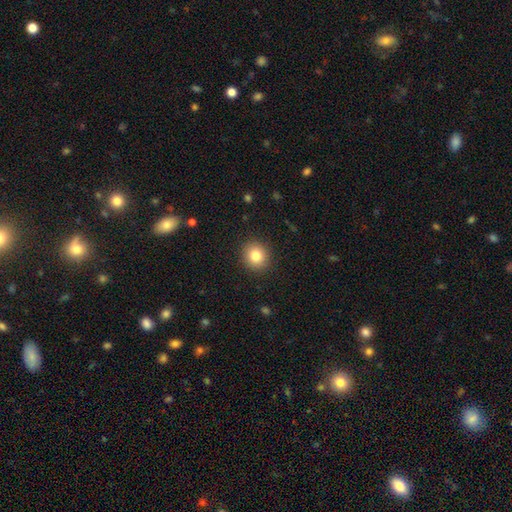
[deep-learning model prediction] smooth_or_featured: smooth (p=0.82) [alt: star or artifact p=0.11]
how_rounded: round (p=0.82) [alt: in between p=0.17]
merging: none (p=0.91) [alt: minor disturbance p=0.06]